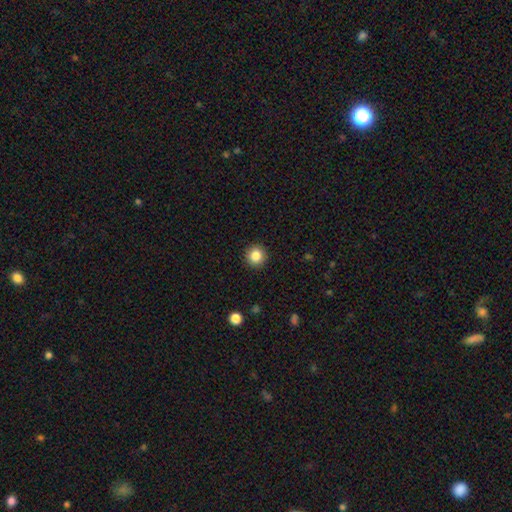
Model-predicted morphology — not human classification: A smooth galaxy with no disk features (84%) that is round (94%).

Vote fractions:
- Smooth or featured? smooth: 84% / star or artifact: 10% / featured or disk: 5%
- How rounded? round: 94% / in between: 5% / cigar-shaped: 1%
- Merging? none: 92% / minor disturbance: 5% / major disturbance: 2% / merger: 1%